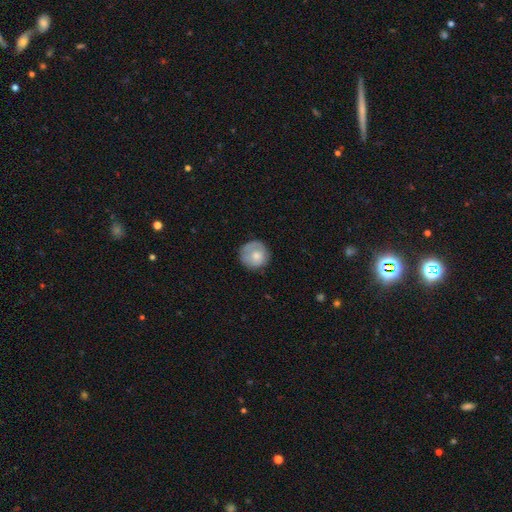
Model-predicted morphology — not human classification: smooth-or-featured: smooth: 71% | featured or disk: 22% | star or artifact: 7%
  how-rounded: round: 93% | in between: 6% | cigar-shaped: 1%
  merging: none: 75% | minor disturbance: 18% | major disturbance: 5% | merger: 1%